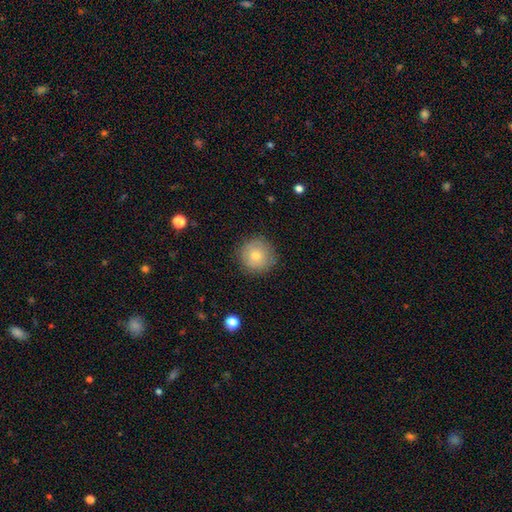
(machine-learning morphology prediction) Smooth or featured: smooth — 76% (featured or disk — 15%)
How rounded: round — 95% (in between — 5%)
Merging: none — 85% (minor disturbance — 11%)